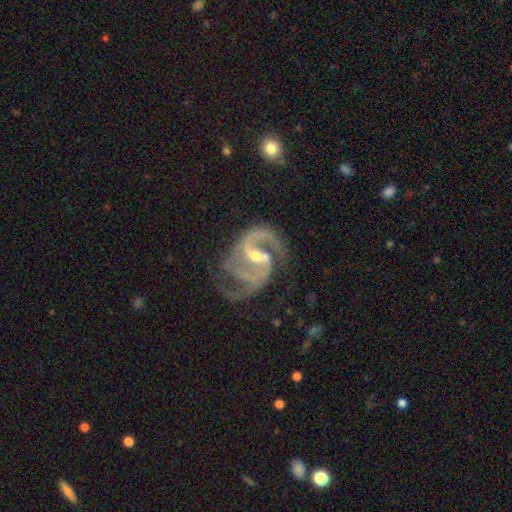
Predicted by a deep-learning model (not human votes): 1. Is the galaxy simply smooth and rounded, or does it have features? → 92% featured or disk, 5% star or artifact, 3% smooth.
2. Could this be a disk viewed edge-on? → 98% no, 2% yes.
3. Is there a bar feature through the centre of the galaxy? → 46% weak, 37% strong, 17% no.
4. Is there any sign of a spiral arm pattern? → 98% yes, 2% no.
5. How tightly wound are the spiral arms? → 61% medium, 22% loose, 17% tight.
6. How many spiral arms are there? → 73% 2, 14% 3, 4% can't tell, 3% 1, 3% 4, 2% more than 4.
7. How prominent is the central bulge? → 50% moderate, 46% small, 2% none, 2% large, 1% dominant.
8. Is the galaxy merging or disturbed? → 58% none, 20% minor disturbance, 18% major disturbance, 5% merger.